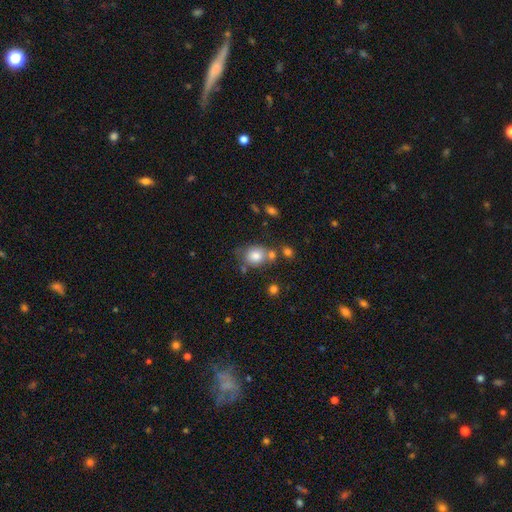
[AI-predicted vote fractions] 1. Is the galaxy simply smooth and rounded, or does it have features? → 80% smooth, 10% featured or disk, 10% star or artifact.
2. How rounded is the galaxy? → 63% round, 36% in between, 1% cigar-shaped.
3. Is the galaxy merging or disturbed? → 56% none, 20% merger, 18% minor disturbance, 6% major disturbance.